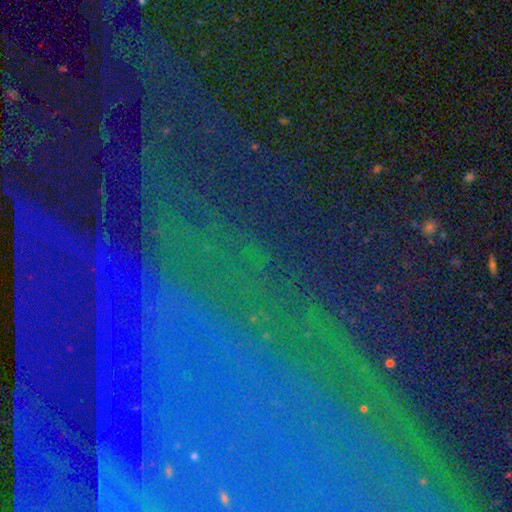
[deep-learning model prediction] Smooth or featured? Predicted: star or artifact (p=0.84).